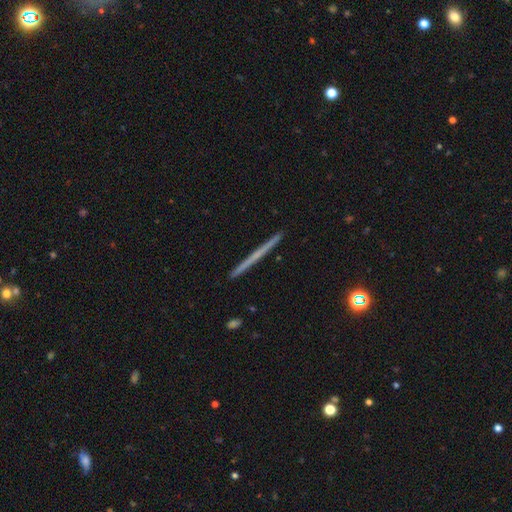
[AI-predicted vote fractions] Q: Smooth or featured?
A: featured or disk (58%); runner-up: smooth (36%)
Q: Edge-on disk?
A: yes (98%); runner-up: no (2%)
Q: Edge-on bulge?
A: none (85%); runner-up: rounded (12%)
Q: Merging?
A: none (93%); runner-up: minor disturbance (5%)